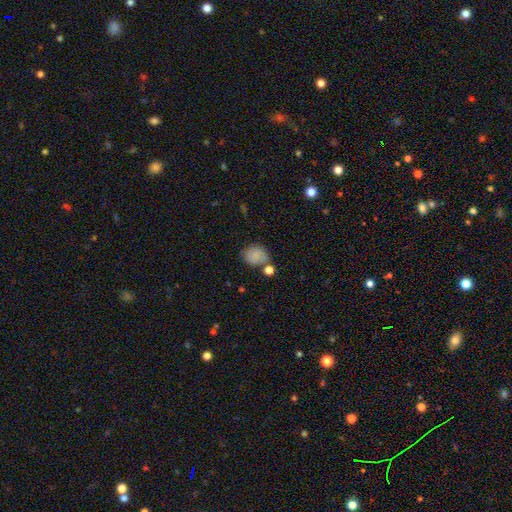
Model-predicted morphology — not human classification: smooth_or_featured: smooth (p=0.79) [alt: featured or disk p=0.12]
how_rounded: round (p=0.58) [alt: in between p=0.41]
merging: none (p=0.59) [alt: minor disturbance p=0.19]